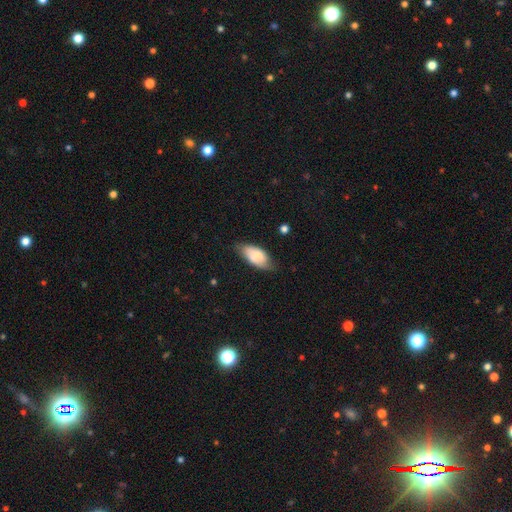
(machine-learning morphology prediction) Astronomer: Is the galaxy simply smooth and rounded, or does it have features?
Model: smooth — 73%.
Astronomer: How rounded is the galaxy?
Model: in between — 92%.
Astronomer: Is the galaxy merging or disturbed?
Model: none — 67%.